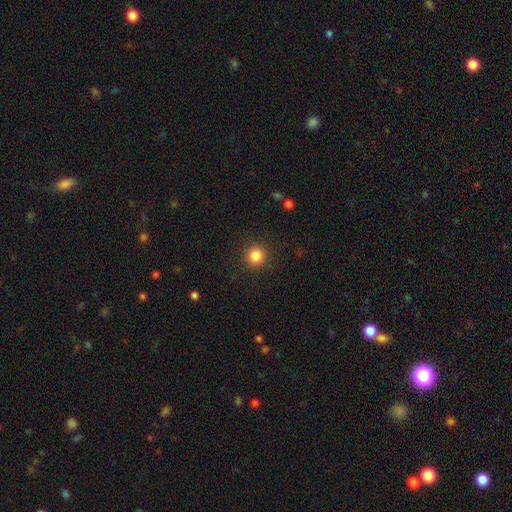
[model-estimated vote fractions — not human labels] The model was most divided on "smooth or featured": smooth: 84%, star or artifact: 11%, featured or disk: 4%. More confident: how rounded — round (94%); merging — none (92%).